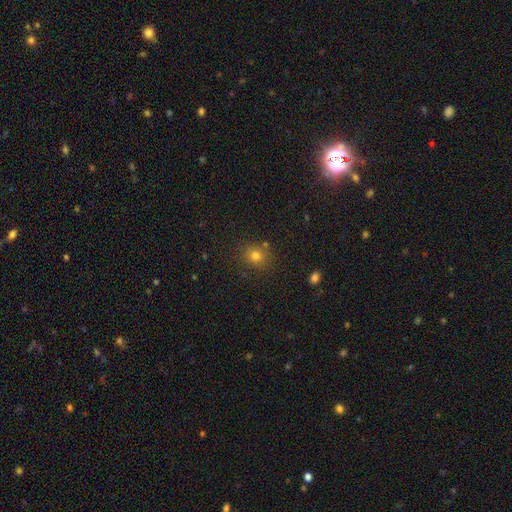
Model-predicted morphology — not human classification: This is likely a smooth galaxy (75%). How rounded: likely round (79%). Merging: clearly none (81%).